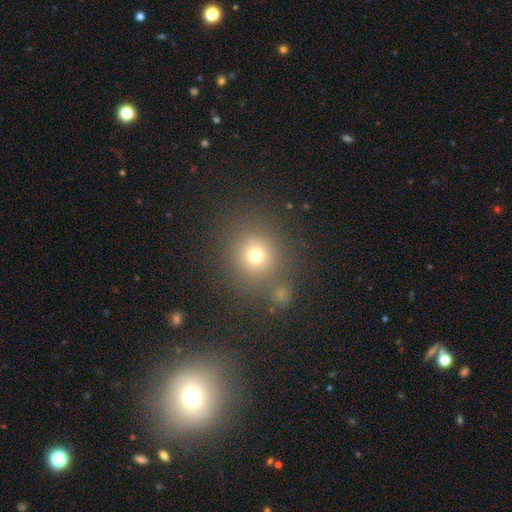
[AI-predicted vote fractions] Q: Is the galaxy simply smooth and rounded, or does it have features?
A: smooth — 71%.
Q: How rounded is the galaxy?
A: round — 89%.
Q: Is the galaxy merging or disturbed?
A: none — 74%.